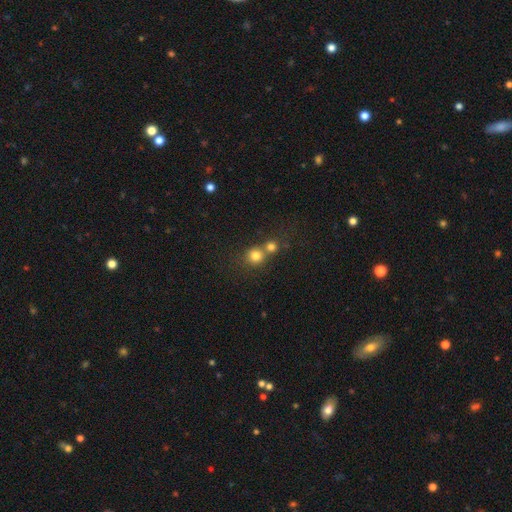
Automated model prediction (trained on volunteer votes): Morphology: type=smooth (78%); roundness=round (89%); merging=none (48%).